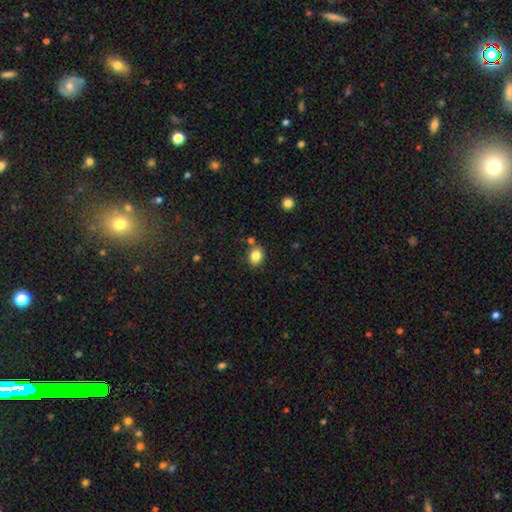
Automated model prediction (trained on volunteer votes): A smooth galaxy with no disk features (84%) that is round (52%). Merging: none (76%).